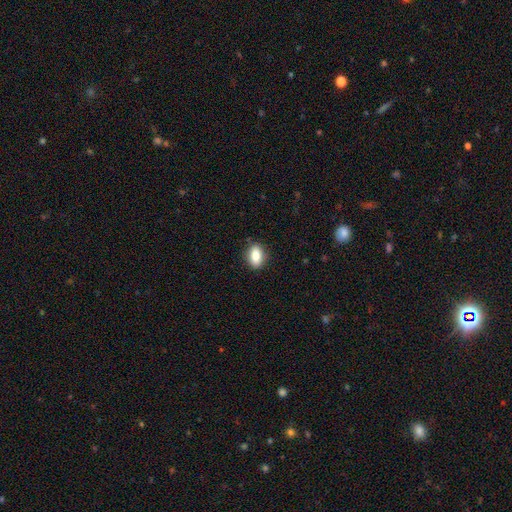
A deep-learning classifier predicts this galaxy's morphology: Smooth or featured? smooth (83%)
How rounded? in between (83%)
Merging? none (86%)